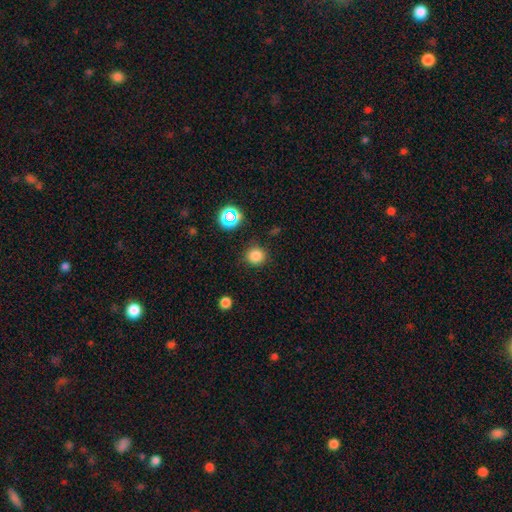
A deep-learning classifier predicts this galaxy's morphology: A smooth galaxy with no disk features (80%) that is round (92%). Merging: none (87%).